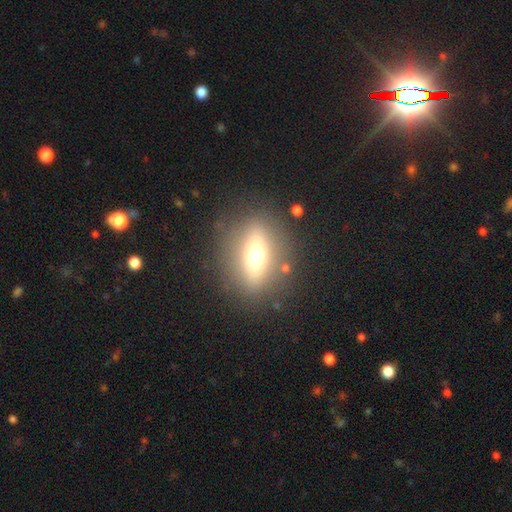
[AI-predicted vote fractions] Smooth or featured? Predicted: smooth (p=0.50). Merging? Predicted: none (p=0.83).